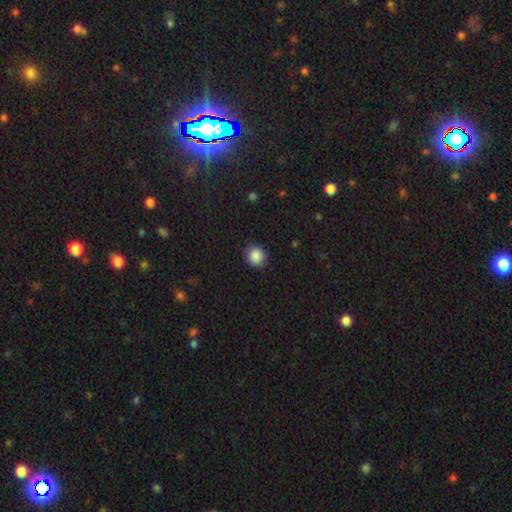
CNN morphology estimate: A smooth galaxy with no disk features (88%) that is round (91%). Merging: none (89%).